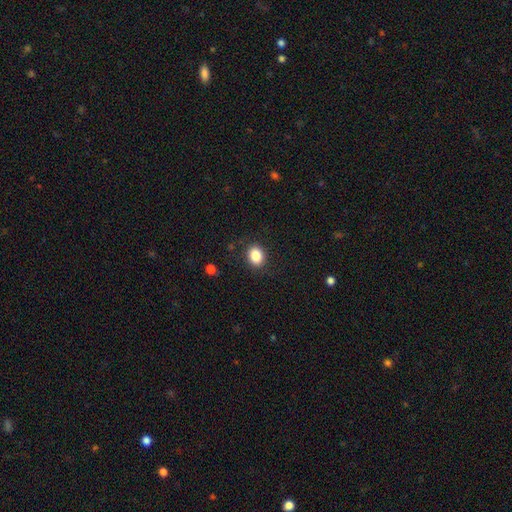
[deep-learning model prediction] Smooth or featured: smooth — 86% (star or artifact — 9%)
How rounded: in between — 51% (round — 48%)
Merging: none — 87% (minor disturbance — 9%)